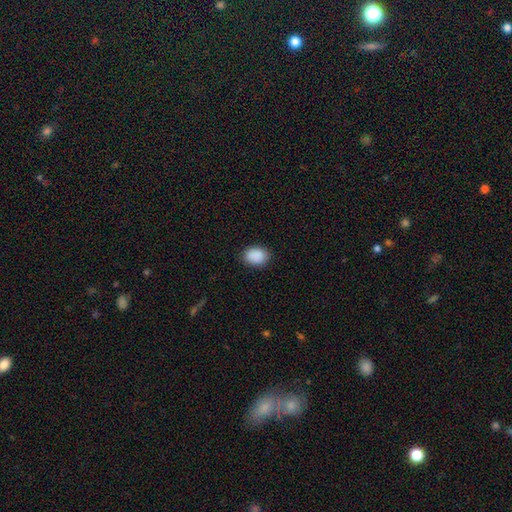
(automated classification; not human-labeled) A smooth galaxy with no disk features (90%) that is in between round and cigar-shaped (71%).

Vote fractions:
- Smooth or featured? smooth: 90% / star or artifact: 7% / featured or disk: 3%
- How rounded? in between: 71% / round: 28% / cigar-shaped: 1%
- Merging? none: 87% / minor disturbance: 10% / major disturbance: 2% / merger: 1%